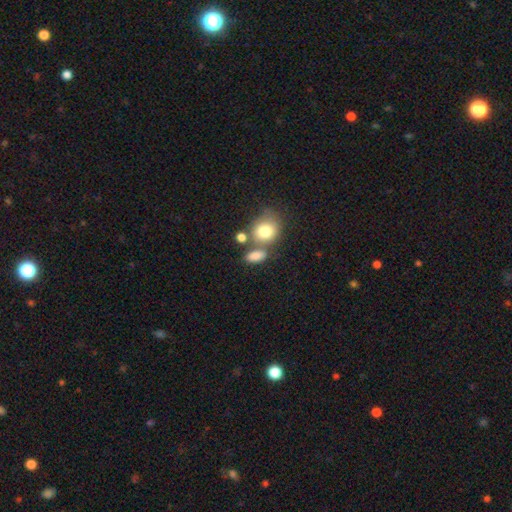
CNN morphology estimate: smooth-or-featured: smooth: 81% | star or artifact: 10% | featured or disk: 9%
  how-rounded: in between: 74% | round: 22% | cigar-shaped: 4%
  merging: none: 52% | merger: 28% | minor disturbance: 14% | major disturbance: 6%